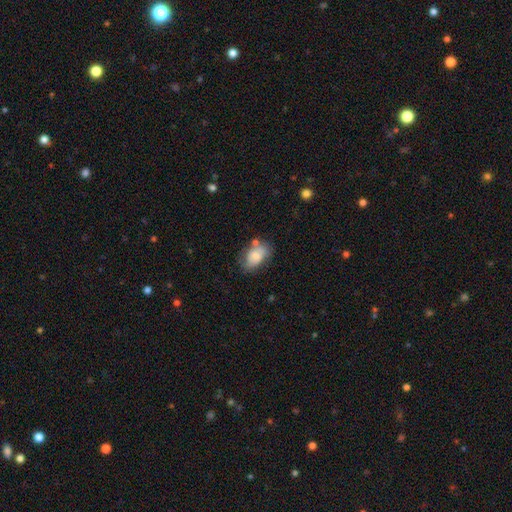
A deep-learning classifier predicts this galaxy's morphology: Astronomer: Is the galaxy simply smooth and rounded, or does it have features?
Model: smooth — 63%.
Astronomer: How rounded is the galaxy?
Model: in between — 87%.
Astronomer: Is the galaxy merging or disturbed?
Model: none — 54%.